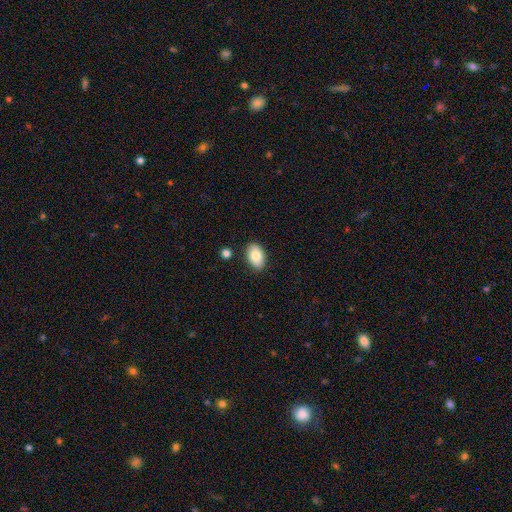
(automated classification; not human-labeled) Q: Smooth or featured?
A: smooth (83%); runner-up: featured or disk (10%)
Q: How rounded?
A: in between (91%); runner-up: round (8%)
Q: Merging?
A: none (85%); runner-up: minor disturbance (10%)